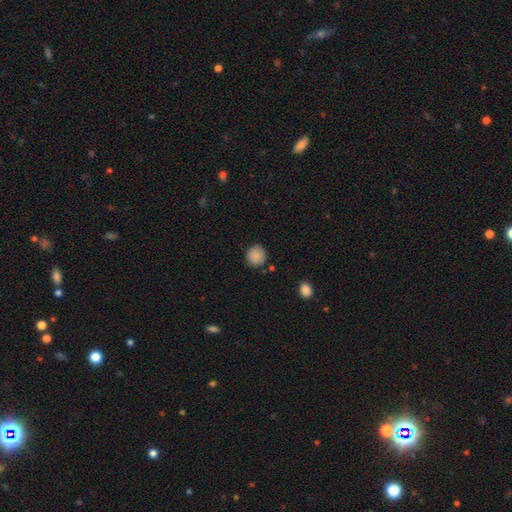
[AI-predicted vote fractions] smooth-or-featured: smooth: 88% | star or artifact: 9% | featured or disk: 4%
  how-rounded: round: 90% | in between: 9% | cigar-shaped: 1%
  merging: none: 84% | minor disturbance: 11% | merger: 3% | major disturbance: 3%